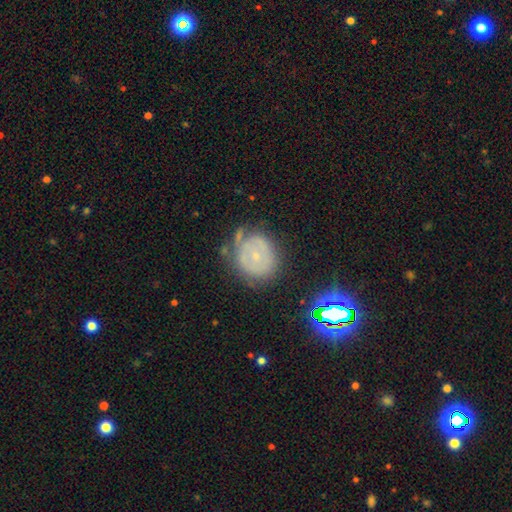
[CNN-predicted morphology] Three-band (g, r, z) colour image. It shows a featured or disk galaxy (48%). Merging: none (60%).